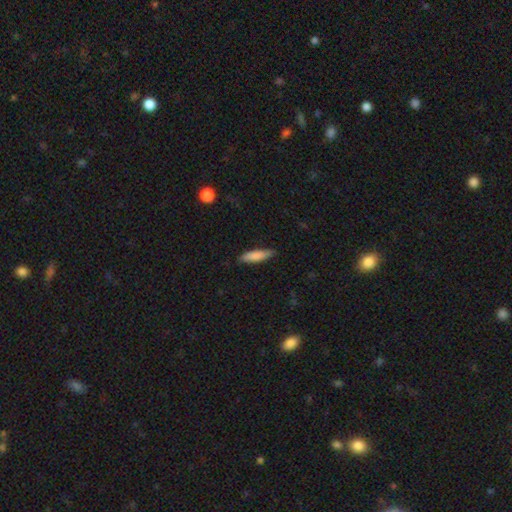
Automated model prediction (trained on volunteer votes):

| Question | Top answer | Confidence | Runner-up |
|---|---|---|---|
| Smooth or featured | smooth | 82% | featured or disk (12%) |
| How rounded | cigar-shaped | 74% | in between (25%) |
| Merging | none | 85% | minor disturbance (12%) |